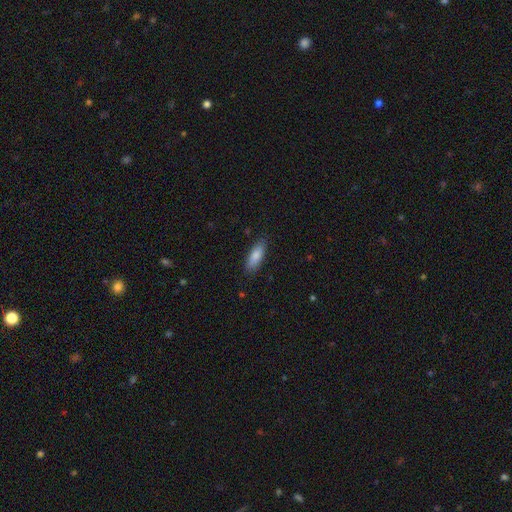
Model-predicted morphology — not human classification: Smooth or featured? smooth (84%)
How rounded? in between (64%)
Merging? none (85%)